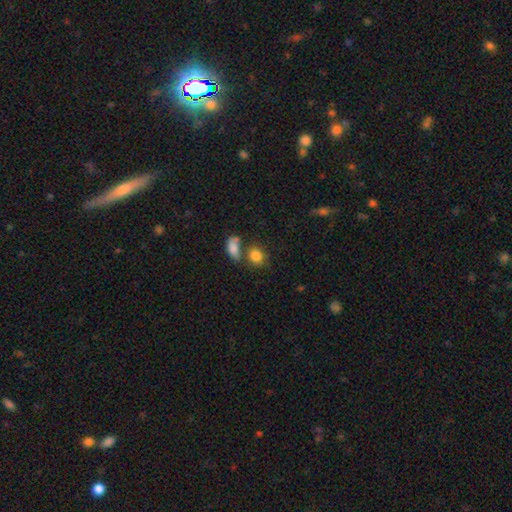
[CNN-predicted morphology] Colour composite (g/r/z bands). It shows a smooth galaxy with no disk features (83%) that is round (57%). Merging: none (49%).